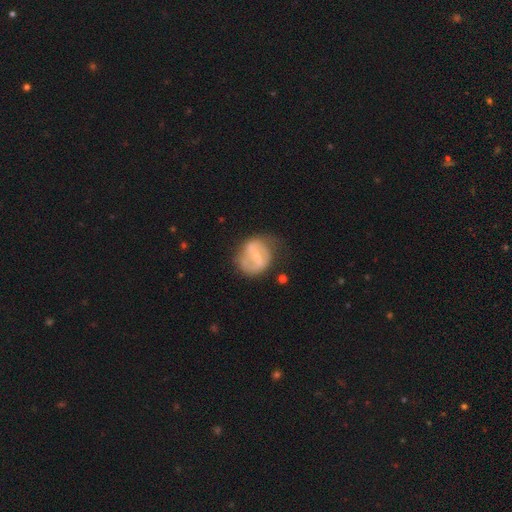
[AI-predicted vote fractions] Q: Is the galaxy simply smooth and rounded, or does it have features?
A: featured or disk — 72%.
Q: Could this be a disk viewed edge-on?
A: no — 96%.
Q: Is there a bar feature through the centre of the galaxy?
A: strong — 43%.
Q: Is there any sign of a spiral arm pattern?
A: yes — 70%.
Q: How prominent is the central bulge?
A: small — 59%.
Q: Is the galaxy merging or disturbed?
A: none — 57%.